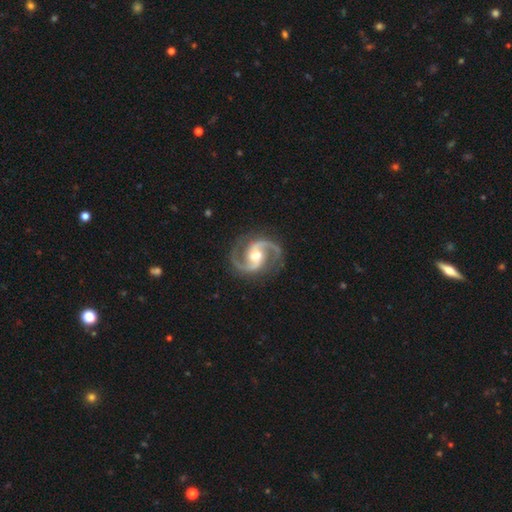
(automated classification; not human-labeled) The model was most divided on "bar": weak: 45%, no: 33%, strong: 22%. More confident: spiral arms — yes (99%); edge-on disk — no (98%); spiral arm count — 2 (95%); smooth or featured — featured or disk (94%); merging — none (85%); bulge size — moderate (72%); spiral winding — medium (68%).